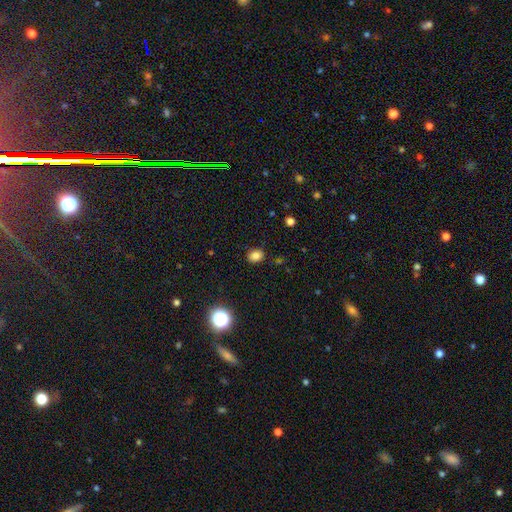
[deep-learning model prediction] smooth-or-featured: smooth: 81% | star or artifact: 13% | featured or disk: 5%
  how-rounded: round: 54% | in between: 46% | cigar-shaped: 1%
  merging: none: 86% | minor disturbance: 10% | major disturbance: 3% | merger: 2%